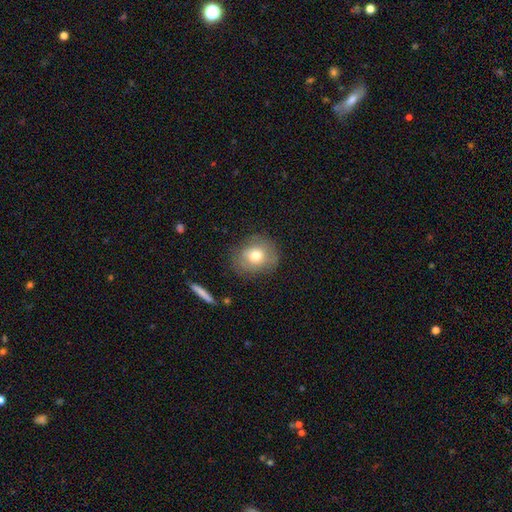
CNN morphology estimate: smooth 69%, featured or disk 22%, star or artifact 9%. Down the decision tree: how rounded — round (75%); merging — none (75%).